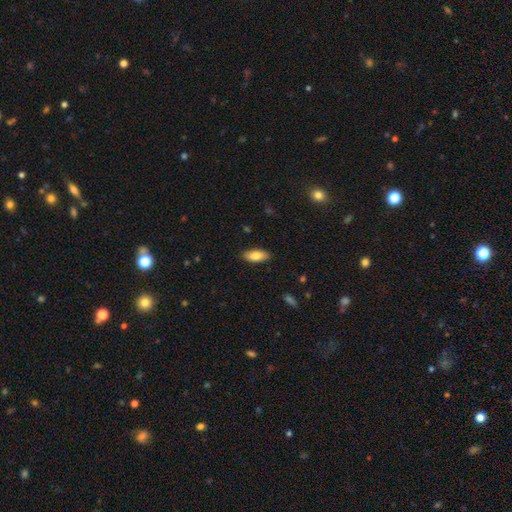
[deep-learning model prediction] Smooth or featured: smooth — 82% (featured or disk — 12%)
How rounded: in between — 82% (cigar-shaped — 16%)
Merging: none — 88% (minor disturbance — 9%)